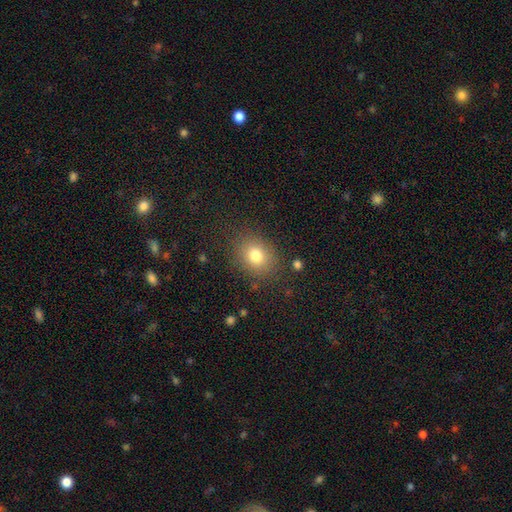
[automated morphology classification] smooth 78%, star or artifact 12%, featured or disk 9%. Down the decision tree: how rounded — round (55%); merging — none (83%).